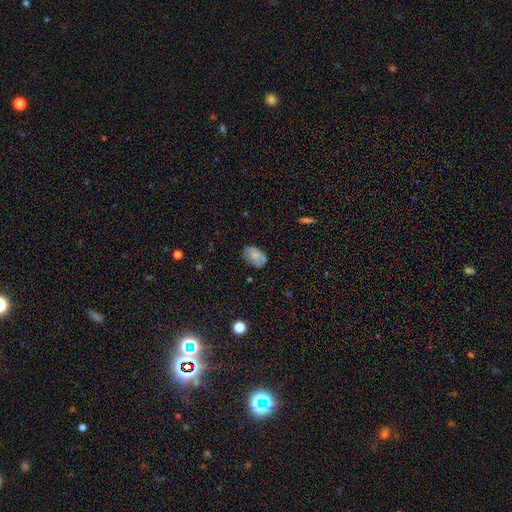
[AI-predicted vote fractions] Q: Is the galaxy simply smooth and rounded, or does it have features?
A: smooth — 76%.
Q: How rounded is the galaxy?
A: in between — 87%.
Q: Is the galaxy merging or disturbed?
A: none — 67%.